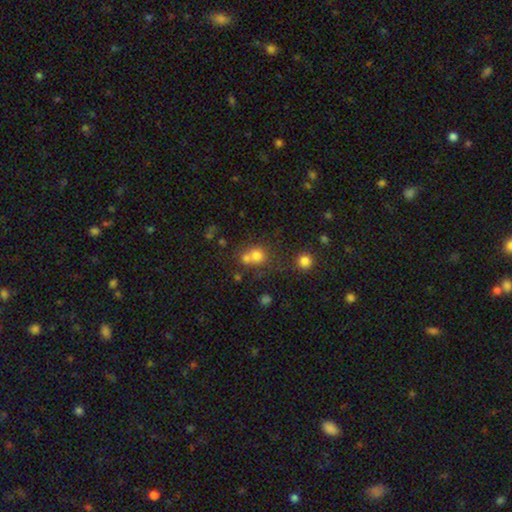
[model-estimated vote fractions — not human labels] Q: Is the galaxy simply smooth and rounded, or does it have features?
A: smooth — 72%.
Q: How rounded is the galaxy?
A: round — 83%.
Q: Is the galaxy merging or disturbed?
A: merger — 45%.